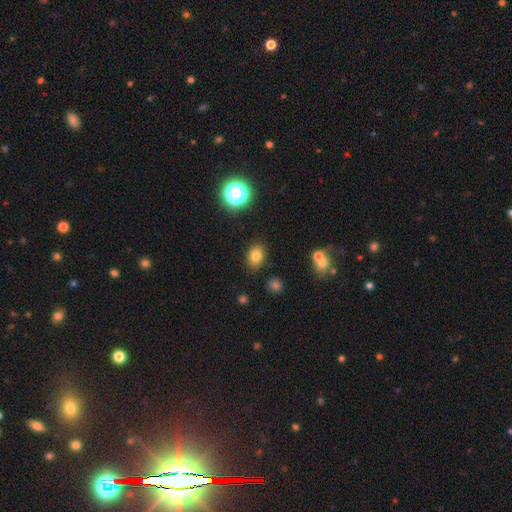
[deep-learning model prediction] Smooth or featured?
  - smooth: 79% *
  - star or artifact: 13%
  - featured or disk: 7%
How rounded?
  - in between: 64% *
  - round: 35%
  - cigar-shaped: 1%
Merging?
  - none: 85% *
  - minor disturbance: 10%
  - major disturbance: 3%
  - merger: 2%